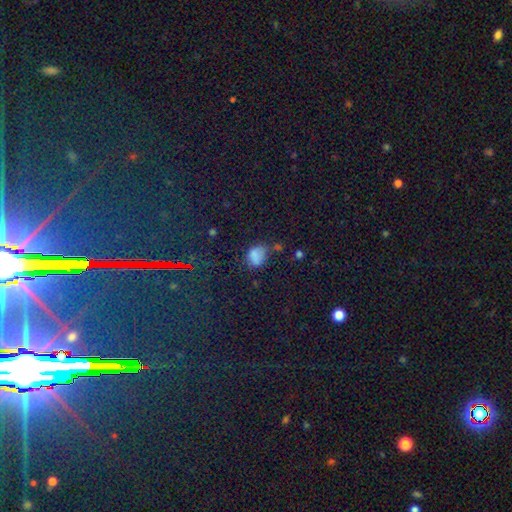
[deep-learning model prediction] smooth 70%, star or artifact 20%, featured or disk 11%. Down the decision tree: how rounded — in between (65%); merging — none (43%).